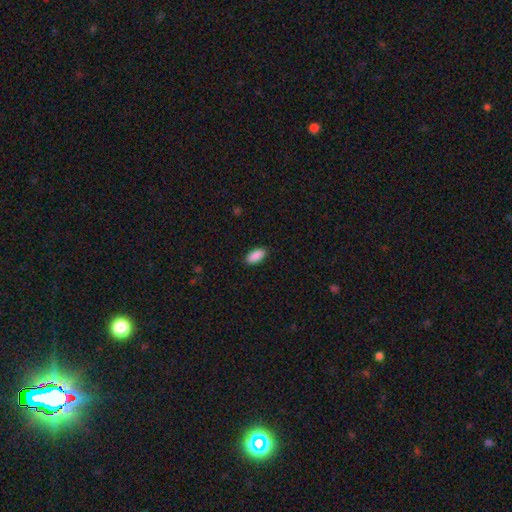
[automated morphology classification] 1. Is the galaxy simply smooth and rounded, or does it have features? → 91% smooth, 6% star or artifact, 3% featured or disk.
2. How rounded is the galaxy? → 91% in between, 7% cigar-shaped, 2% round.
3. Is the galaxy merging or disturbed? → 89% none, 8% minor disturbance, 2% major disturbance, 1% merger.